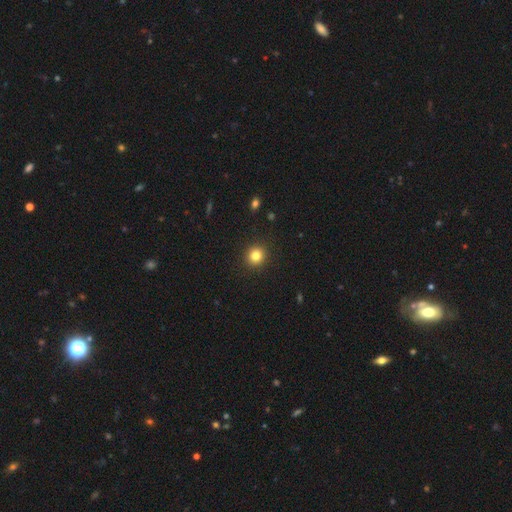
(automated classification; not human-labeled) Smooth or featured? Predicted: smooth (p=0.82). How rounded? Predicted: round (p=0.90). Merging? Predicted: none (p=0.92).